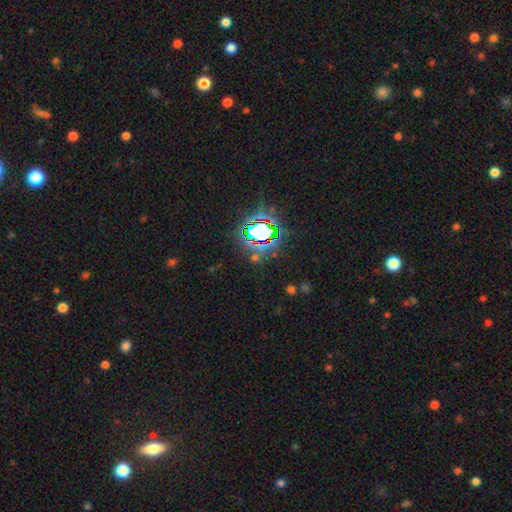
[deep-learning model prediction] Overall: star or artifact (77%).